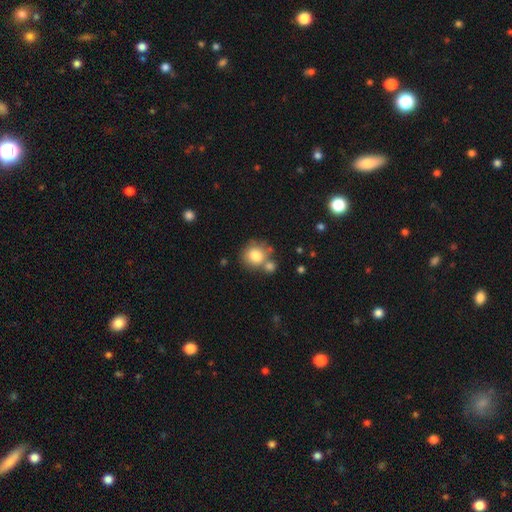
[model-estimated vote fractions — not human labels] Overall: smooth (80%). How rounded: round (85%). Merging: none (57%; merger 25%).